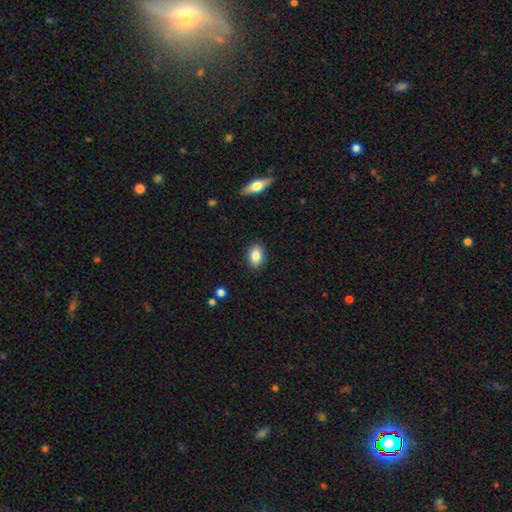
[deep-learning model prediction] smooth-or-featured: smooth: 86% | star or artifact: 7% | featured or disk: 6%
  how-rounded: in between: 81% | round: 17% | cigar-shaped: 2%
  merging: none: 89% | minor disturbance: 8% | major disturbance: 2% | merger: 1%